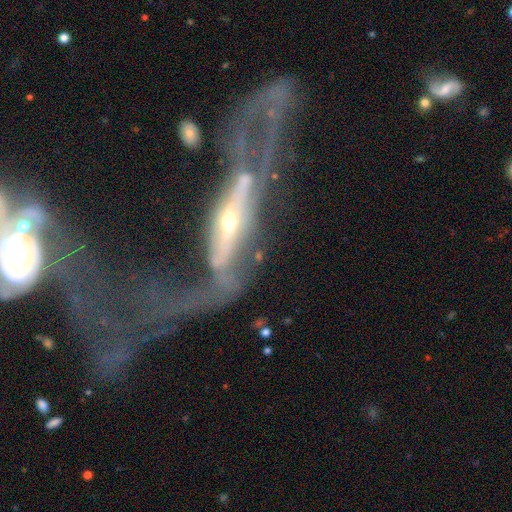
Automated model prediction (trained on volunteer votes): This appears to be a featured or disk galaxy (79%) with no bar (48%), spiral arms (60%) and a small central bulge (49%). Merging: major disturbance (47%).